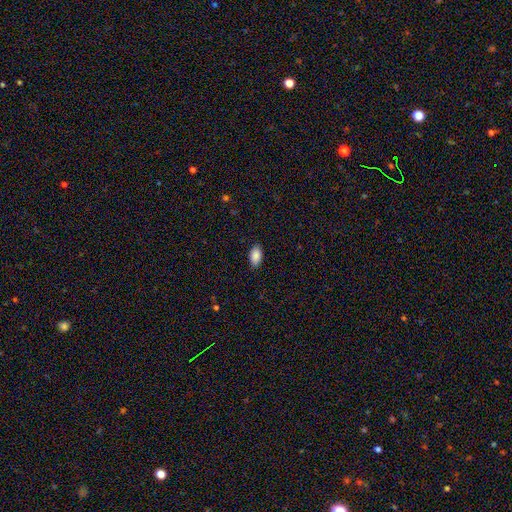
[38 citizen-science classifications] Smooth or featured? 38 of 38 (100%) said smooth. How rounded? 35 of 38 (92%) said in between. Merging? 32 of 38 (84%) said none.